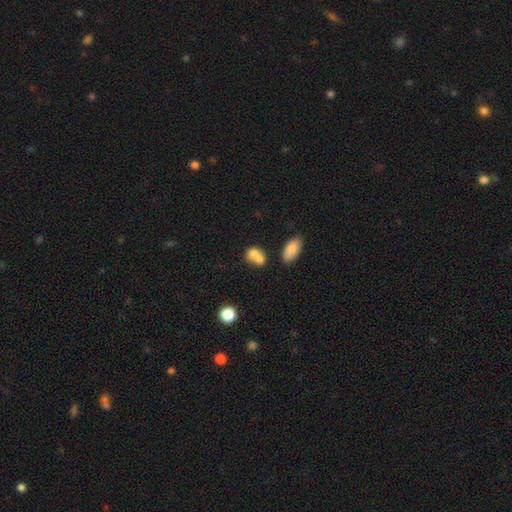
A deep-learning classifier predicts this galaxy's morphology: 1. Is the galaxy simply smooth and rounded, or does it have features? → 73% smooth, 16% featured or disk, 10% star or artifact.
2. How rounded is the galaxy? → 56% in between, 42% round, 2% cigar-shaped.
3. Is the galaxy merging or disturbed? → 60% merger, 26% none, 9% minor disturbance, 5% major disturbance.